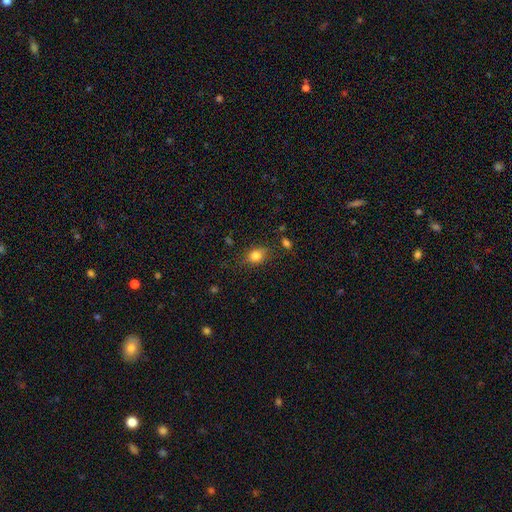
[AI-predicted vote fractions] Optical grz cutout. It shows a smooth galaxy with no disk features (80%) that is in between round and cigar-shaped (62%). Merging: none (75%).